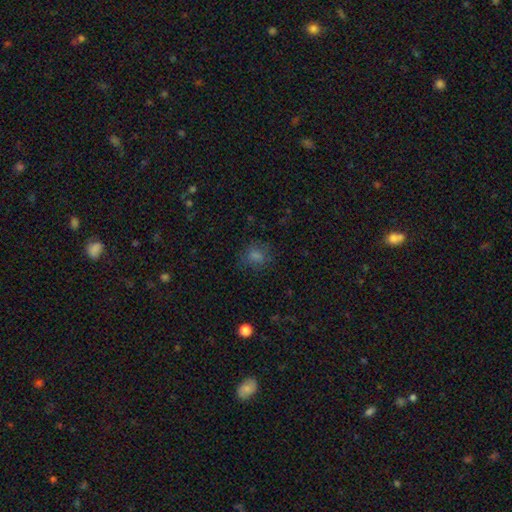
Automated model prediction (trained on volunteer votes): This appears to be a smooth galaxy with no disk features (62%) that is round (75%). Merging: none (80%).